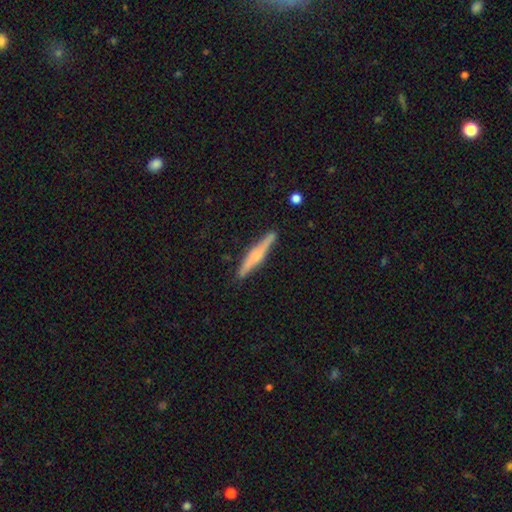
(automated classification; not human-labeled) This appears to be a featured or disk galaxy (59%) viewed edge-on (97%) with a rounded central bulge (68%). Merging: none (88%).